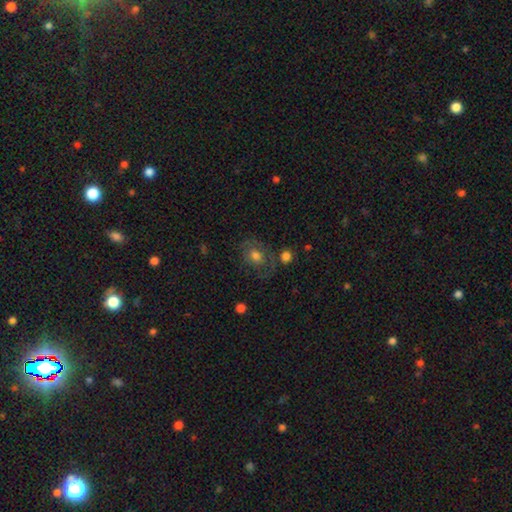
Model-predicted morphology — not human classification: Smooth or featured: smooth — 58% (featured or disk — 31%)
How rounded: round — 51% (in between — 48%)
Merging: none — 60% (minor disturbance — 20%)